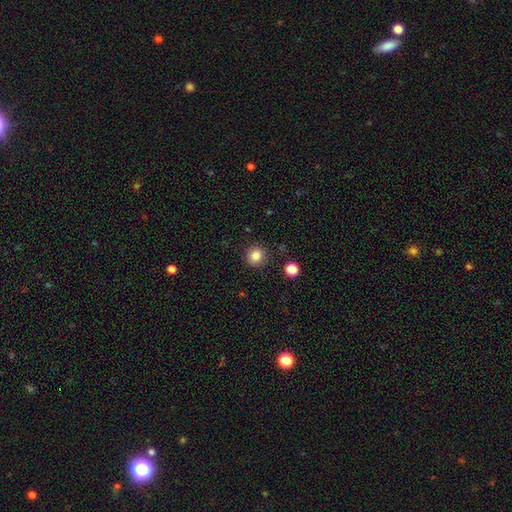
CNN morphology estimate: This is clearly a smooth galaxy (84%). How rounded: clearly round (86%). Merging: clearly none (89%).